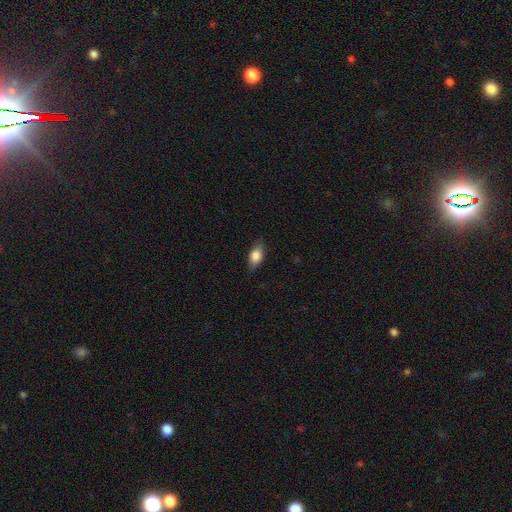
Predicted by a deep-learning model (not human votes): A smooth galaxy with no disk features (77%) that is in between round and cigar-shaped (84%).

Vote fractions:
- Smooth or featured? smooth: 77% / featured or disk: 16% / star or artifact: 8%
- How rounded? in between: 84% / round: 8% / cigar-shaped: 8%
- Merging? none: 79% / minor disturbance: 16% / major disturbance: 3% / merger: 1%